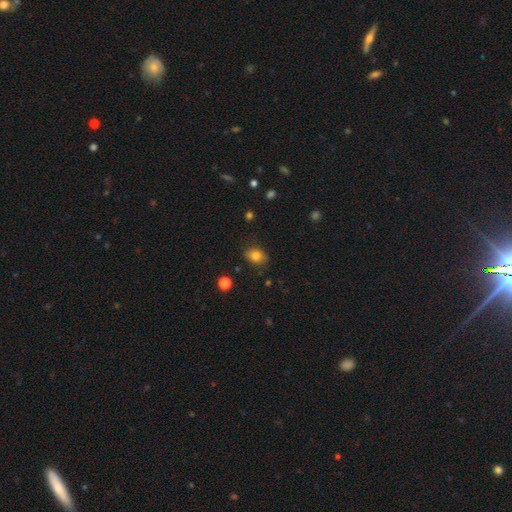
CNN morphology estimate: smooth-or-featured: smooth: 81% | star or artifact: 11% | featured or disk: 8%
  how-rounded: in between: 68% | round: 31% | cigar-shaped: 1%
  merging: none: 84% | minor disturbance: 12% | major disturbance: 3% | merger: 1%